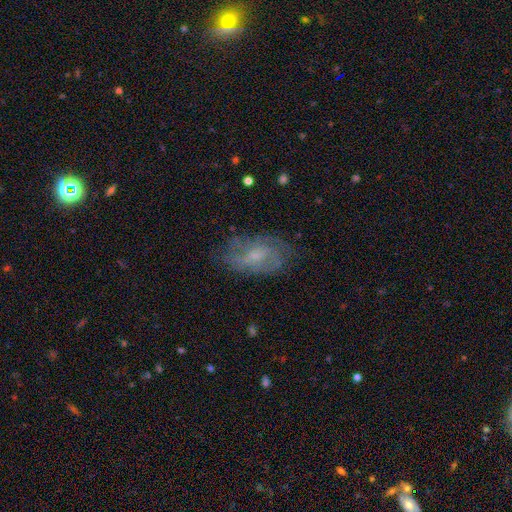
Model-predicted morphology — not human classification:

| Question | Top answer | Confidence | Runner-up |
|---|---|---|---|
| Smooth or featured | featured or disk | 63% | smooth (29%) |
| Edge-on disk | no | 95% | yes (5%) |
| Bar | no | 55% | weak (40%) |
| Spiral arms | yes | 79% | no (21%) |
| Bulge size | small | 57% | moderate (30%) |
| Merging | none | 66% | minor disturbance (22%) |